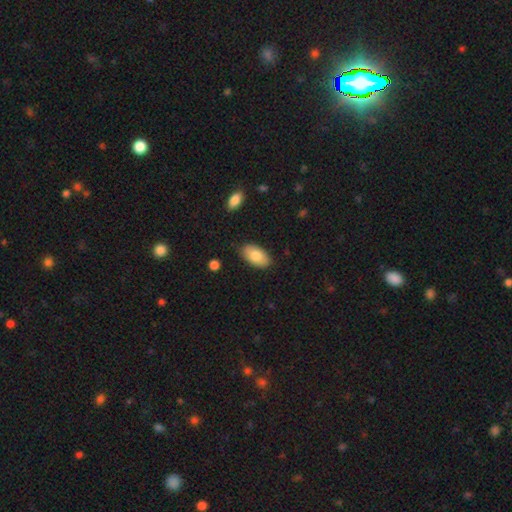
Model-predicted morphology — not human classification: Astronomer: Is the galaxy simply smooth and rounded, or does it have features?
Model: smooth — 80%.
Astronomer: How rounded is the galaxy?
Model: in between — 95%.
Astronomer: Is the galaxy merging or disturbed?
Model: none — 84%.